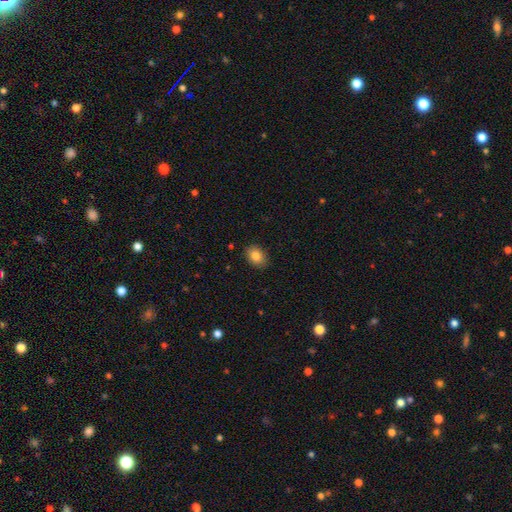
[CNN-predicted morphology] Smooth or featured? Predicted: smooth (p=0.85). How rounded? Predicted: in between (p=0.68). Merging? Predicted: none (p=0.87).